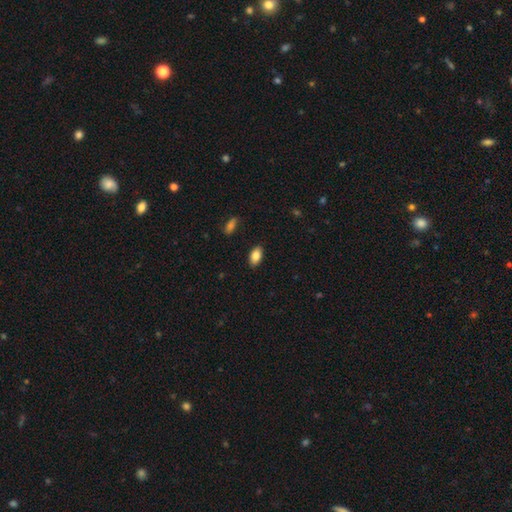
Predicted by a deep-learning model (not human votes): Smooth or featured? Predicted: smooth (p=0.85). How rounded? Predicted: in between (p=0.93). Merging? Predicted: none (p=0.88).